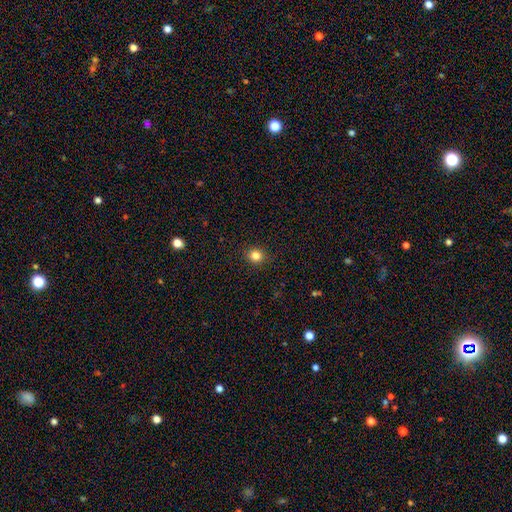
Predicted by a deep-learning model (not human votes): This appears to be a smooth galaxy with no disk features (83%) that is round (81%). Merging: none (91%).